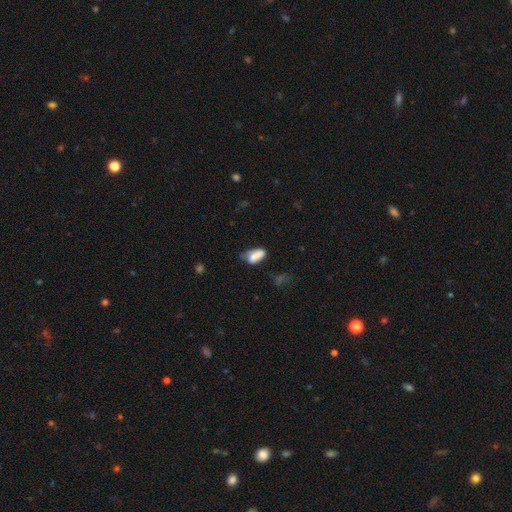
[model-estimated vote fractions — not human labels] smooth-or-featured: smooth: 78% | featured or disk: 13% | star or artifact: 9%
  how-rounded: in between: 86% | cigar-shaped: 10% | round: 4%
  merging: none: 38% | minor disturbance: 37% | major disturbance: 17% | merger: 8%